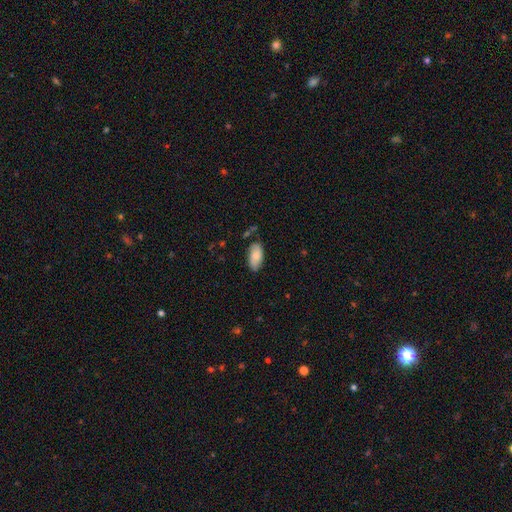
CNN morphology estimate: smooth-or-featured: smooth: 78% | featured or disk: 15% | star or artifact: 6%
  how-rounded: in between: 93% | cigar-shaped: 4% | round: 2%
  merging: none: 71% | minor disturbance: 22% | major disturbance: 4% | merger: 3%